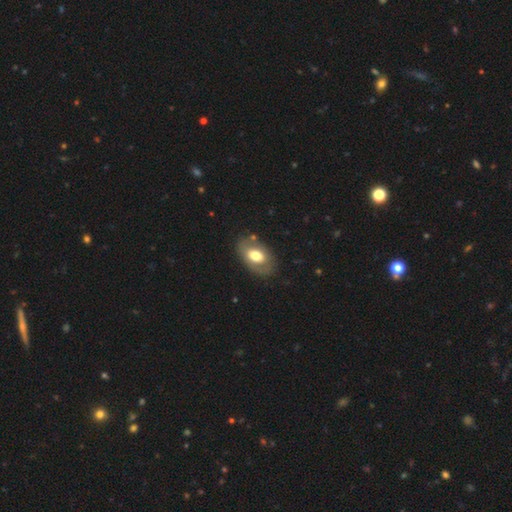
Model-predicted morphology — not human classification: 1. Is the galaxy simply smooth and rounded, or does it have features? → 57% smooth, 36% featured or disk, 6% star or artifact.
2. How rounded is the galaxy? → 87% in between, 11% round, 1% cigar-shaped.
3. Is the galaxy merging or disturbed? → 75% none, 16% minor disturbance, 6% major disturbance, 3% merger.